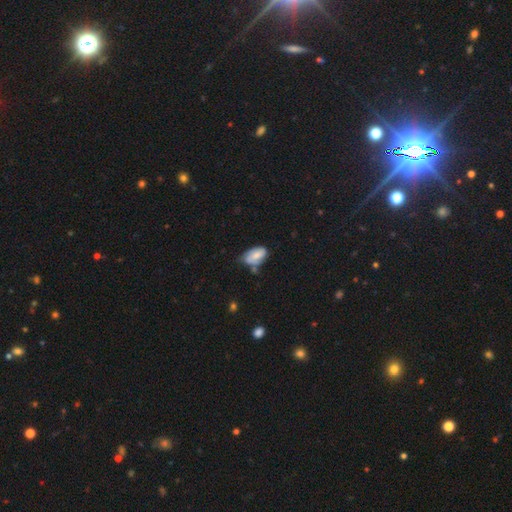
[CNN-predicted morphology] smooth-or-featured: smooth: 68% | featured or disk: 24% | star or artifact: 8%
  how-rounded: in between: 92% | round: 6% | cigar-shaped: 2%
  merging: none: 39% | minor disturbance: 38% | merger: 12% | major disturbance: 11%